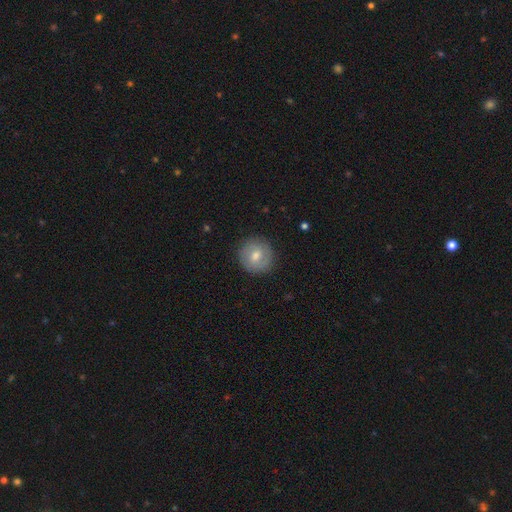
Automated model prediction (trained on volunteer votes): smooth-or-featured: smooth: 53% | featured or disk: 39% | star or artifact: 9%
  how-rounded: round: 92% | in between: 7% | cigar-shaped: 1%
  merging: none: 88% | minor disturbance: 8% | major disturbance: 2% | merger: 1%